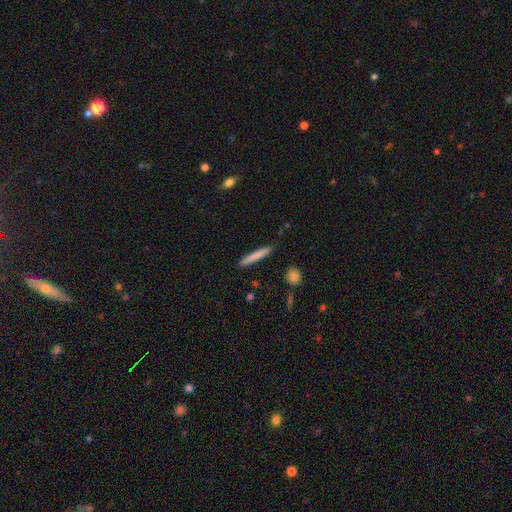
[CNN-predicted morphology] Smooth or featured? Predicted: smooth (p=0.78). How rounded? Predicted: cigar-shaped (p=0.95). Merging? Predicted: none (p=0.89).